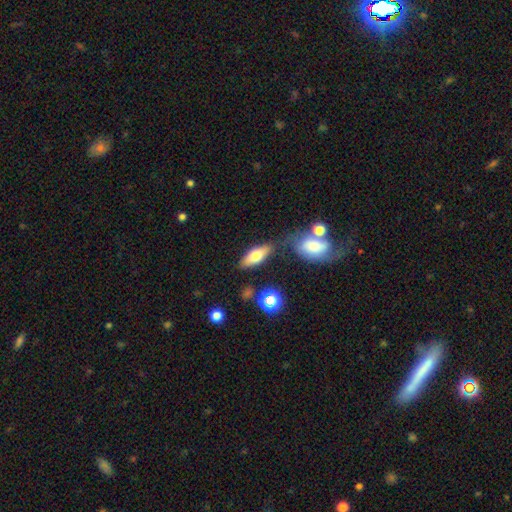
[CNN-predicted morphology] type=smooth (65%); roundness=in between (69%); merging=none (71%).